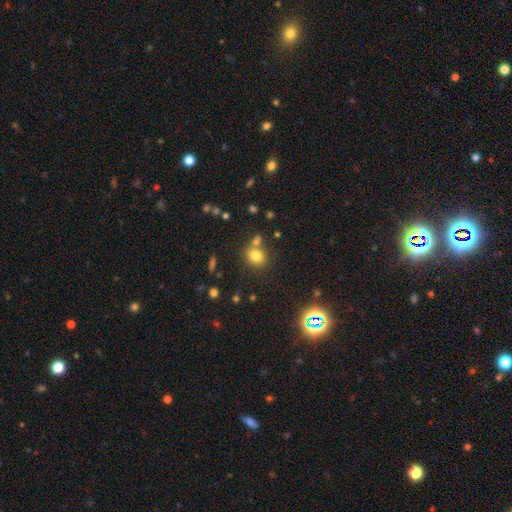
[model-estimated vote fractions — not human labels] A smooth galaxy with no disk features (77%) that is round (60%). Merging: none (66%).